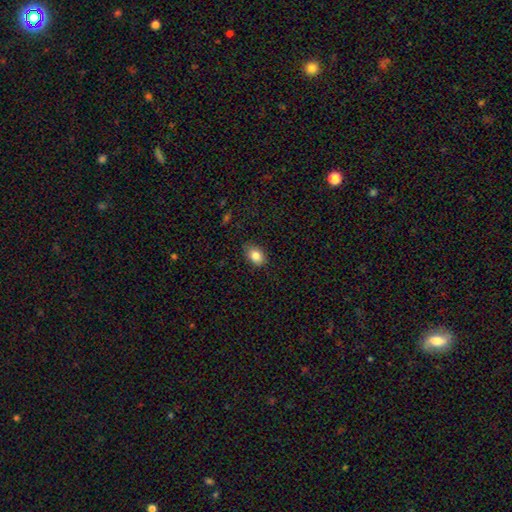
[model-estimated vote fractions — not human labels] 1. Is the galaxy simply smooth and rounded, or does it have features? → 85% smooth, 8% star or artifact, 7% featured or disk.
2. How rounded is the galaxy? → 81% in between, 18% round, 1% cigar-shaped.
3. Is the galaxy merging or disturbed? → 84% none, 12% minor disturbance, 2% major disturbance, 1% merger.